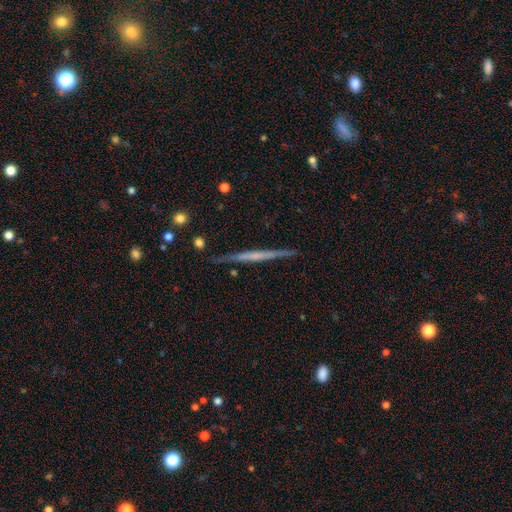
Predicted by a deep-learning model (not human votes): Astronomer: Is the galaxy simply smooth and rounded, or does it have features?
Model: featured or disk — 65%.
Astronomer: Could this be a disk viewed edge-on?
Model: yes — 97%.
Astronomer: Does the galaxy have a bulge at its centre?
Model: none — 73%.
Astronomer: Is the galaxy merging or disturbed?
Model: none — 86%.